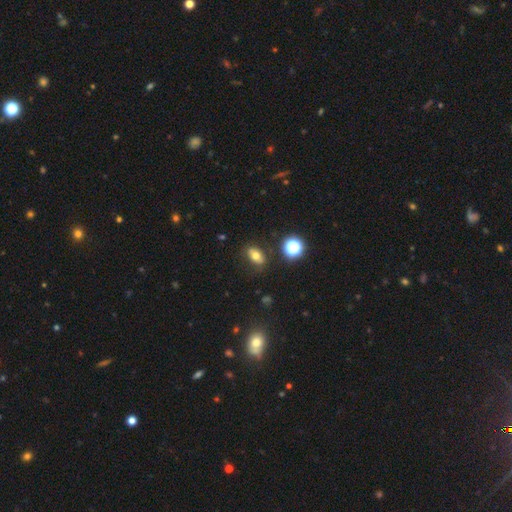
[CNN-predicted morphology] A smooth galaxy with no disk features (68%) that is in between round and cigar-shaped (80%).

Vote fractions:
- Smooth or featured? smooth: 68% / featured or disk: 18% / star or artifact: 15%
- How rounded? in between: 80% / round: 17% / cigar-shaped: 3%
- Merging? none: 81% / minor disturbance: 13% / major disturbance: 4% / merger: 3%